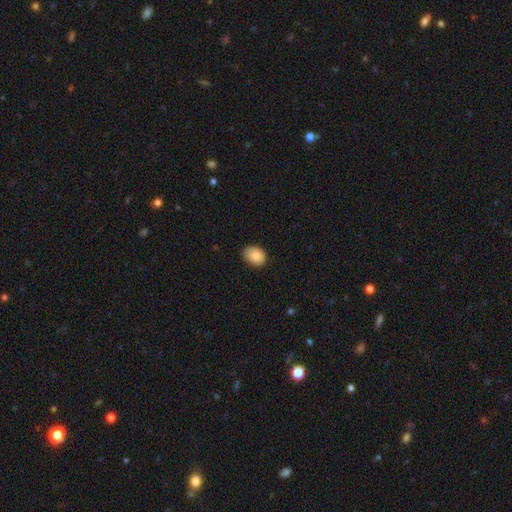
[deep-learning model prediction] Q: Smooth or featured?
A: smooth (88%); runner-up: star or artifact (7%)
Q: How rounded?
A: in between (67%); runner-up: round (32%)
Q: Merging?
A: none (80%); runner-up: minor disturbance (16%)